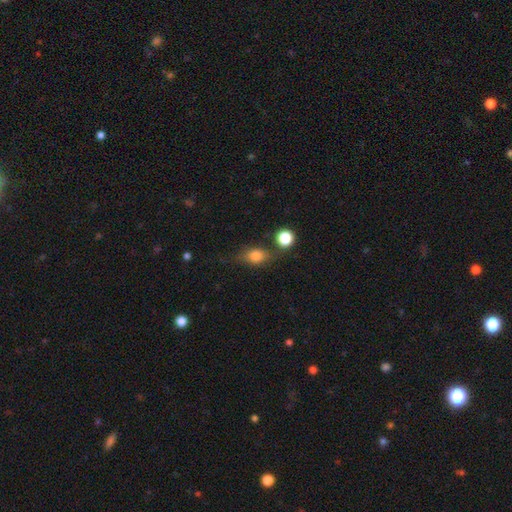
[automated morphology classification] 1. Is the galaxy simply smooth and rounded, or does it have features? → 77% smooth, 12% featured or disk, 11% star or artifact.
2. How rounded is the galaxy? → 68% in between, 27% round, 5% cigar-shaped.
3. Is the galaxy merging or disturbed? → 58% none, 22% minor disturbance, 10% merger, 10% major disturbance.